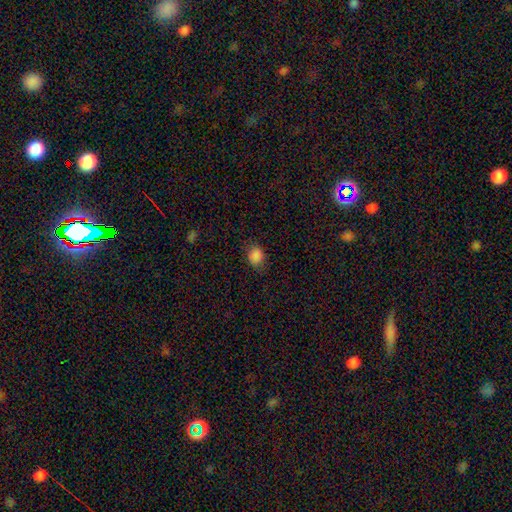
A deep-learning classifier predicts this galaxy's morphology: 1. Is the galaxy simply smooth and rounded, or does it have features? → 86% smooth, 10% star or artifact, 4% featured or disk.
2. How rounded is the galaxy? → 56% round, 43% in between, 1% cigar-shaped.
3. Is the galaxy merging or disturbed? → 77% none, 17% minor disturbance, 4% major disturbance, 1% merger.